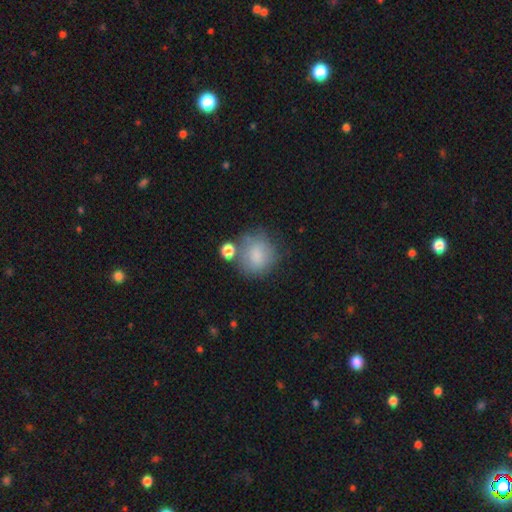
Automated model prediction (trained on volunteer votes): smooth-or-featured: smooth: 78% | featured or disk: 12% | star or artifact: 9%
  how-rounded: round: 83% | in between: 16% | cigar-shaped: 1%
  merging: none: 57% | minor disturbance: 20% | merger: 14% | major disturbance: 9%